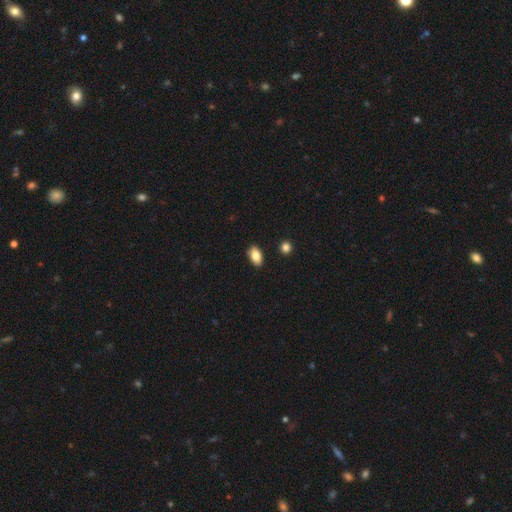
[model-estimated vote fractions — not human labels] A smooth galaxy with no disk features (83%) that is in between round and cigar-shaped (91%).

Vote fractions:
- Smooth or featured? smooth: 83% / featured or disk: 9% / star or artifact: 7%
- How rounded? in between: 91% / round: 7% / cigar-shaped: 3%
- Merging? none: 87% / minor disturbance: 9% / merger: 2% / major disturbance: 2%